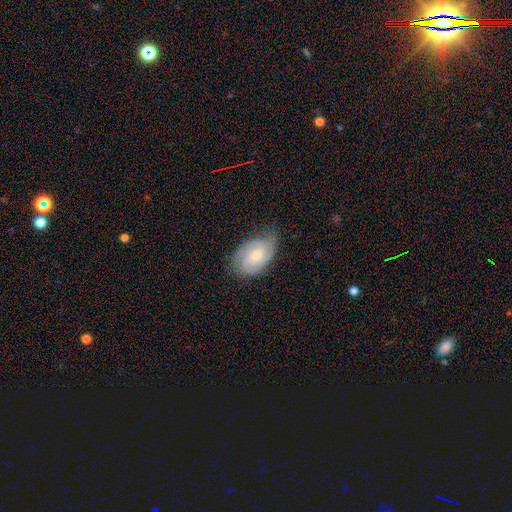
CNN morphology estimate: This appears to be a featured or disk galaxy (59%) with a weak bar (46%, tied with no), spiral arms (87%) and a moderate central bulge (48%). Merging: none (62%).